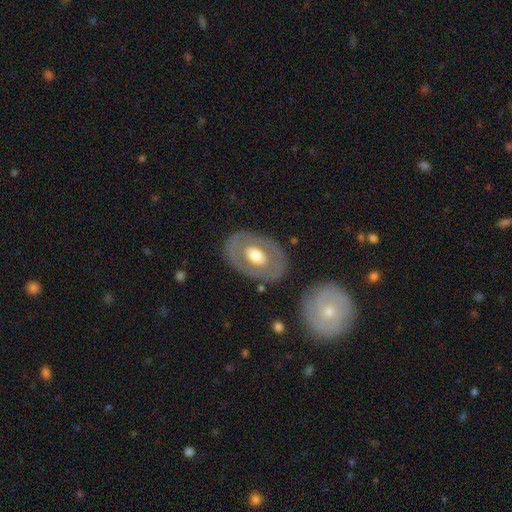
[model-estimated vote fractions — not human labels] Q: Smooth or featured?
A: featured or disk (53%); runner-up: smooth (42%)
Q: Edge-on disk?
A: no (91%); runner-up: yes (9%)
Q: Merging?
A: none (81%); runner-up: minor disturbance (11%)